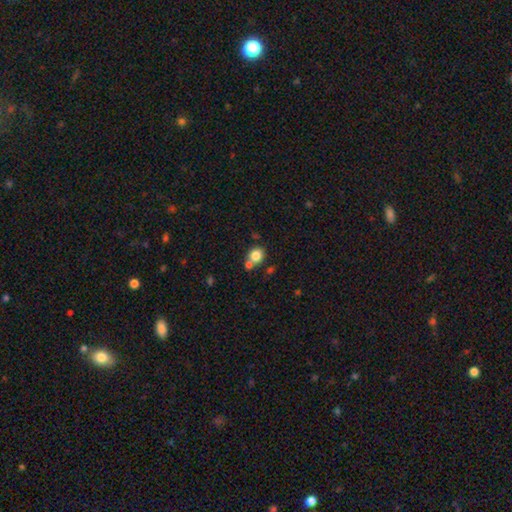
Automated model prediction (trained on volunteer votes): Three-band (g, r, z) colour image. It shows a smooth galaxy with no disk features (82%) that is round (72%). Merging: none (58%).